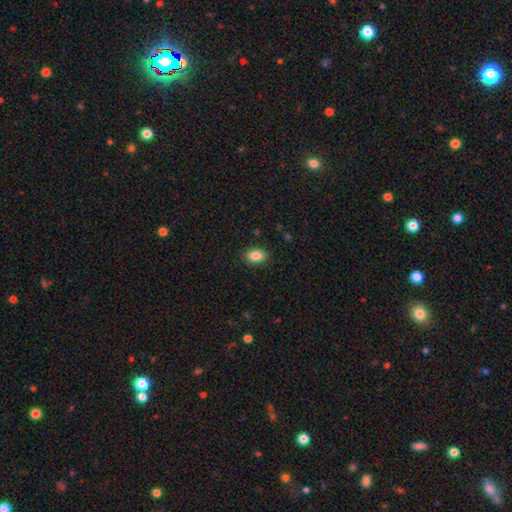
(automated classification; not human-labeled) A smooth galaxy with no disk features (86%) that is in between round and cigar-shaped (81%).

Vote fractions:
- Smooth or featured? smooth: 86% / star or artifact: 8% / featured or disk: 5%
- How rounded? in between: 81% / round: 18% / cigar-shaped: 1%
- Merging? none: 88% / minor disturbance: 9% / major disturbance: 2% / merger: 1%